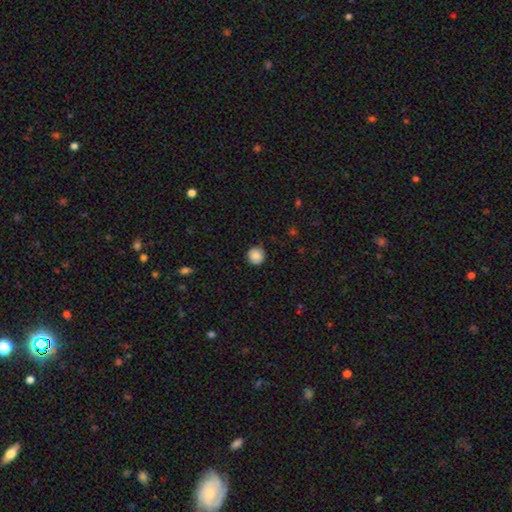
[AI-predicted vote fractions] Q: Smooth or featured?
A: smooth (88%); runner-up: star or artifact (8%)
Q: How rounded?
A: round (95%); runner-up: in between (4%)
Q: Merging?
A: none (91%); runner-up: minor disturbance (6%)